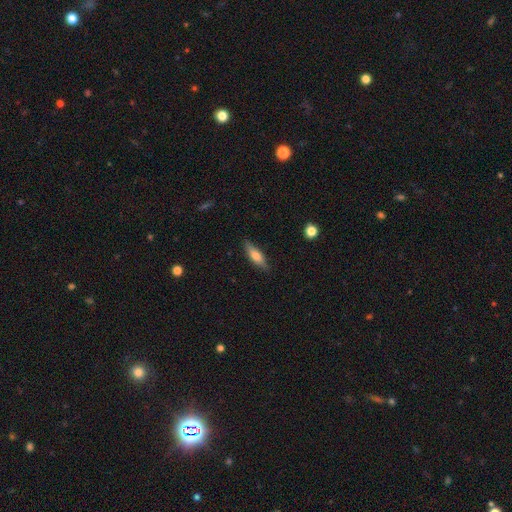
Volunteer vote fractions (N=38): A smooth galaxy with no disk features (63%) that is cigar-shaped (62%). Merging: none (70%).